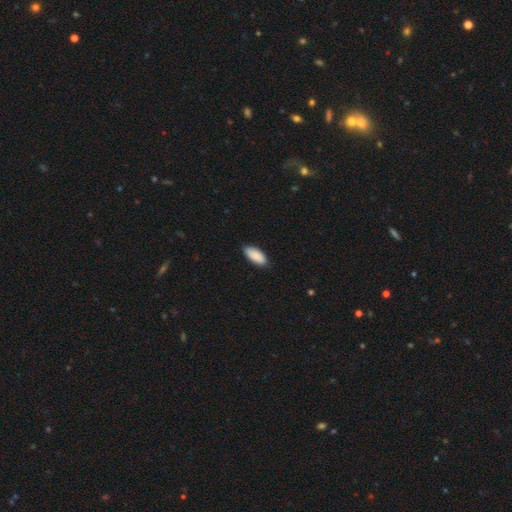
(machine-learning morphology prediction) type=smooth (90%); roundness=in between (89%); merging=none (84%).